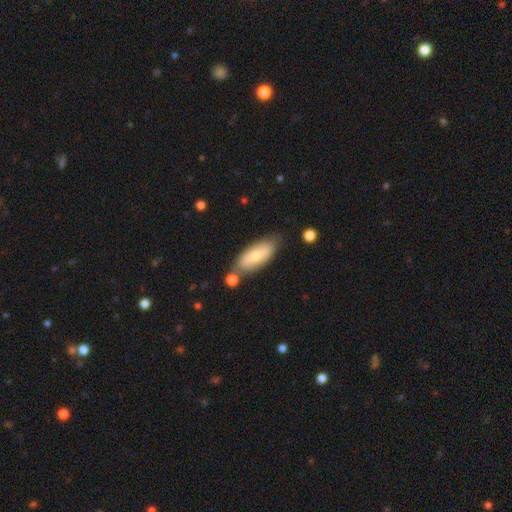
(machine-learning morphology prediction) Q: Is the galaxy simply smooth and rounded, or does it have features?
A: smooth — 64%.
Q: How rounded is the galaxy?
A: in between — 74%.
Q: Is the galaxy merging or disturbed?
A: none — 69%.